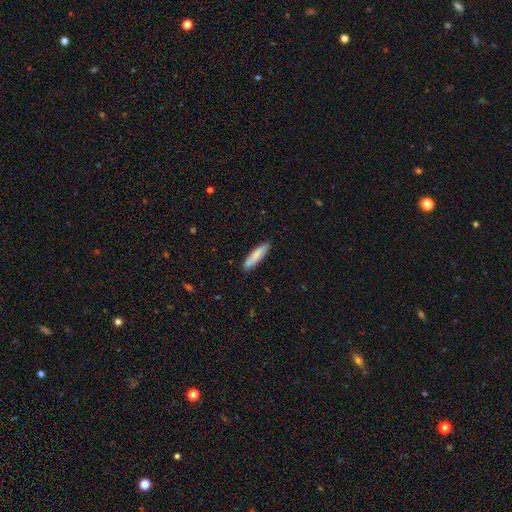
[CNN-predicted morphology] Overall: smooth (81%). How rounded: cigar-shaped (77%). Merging: none (87%).